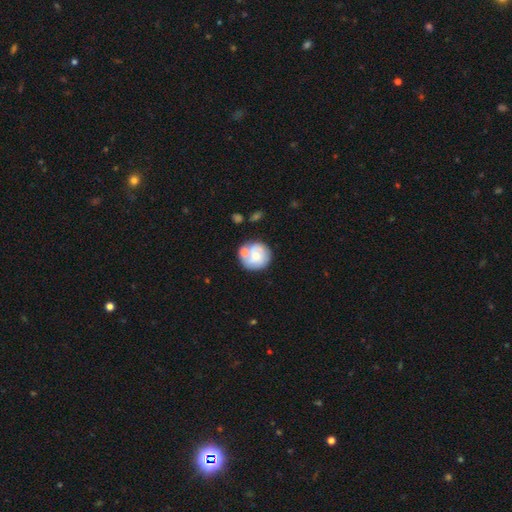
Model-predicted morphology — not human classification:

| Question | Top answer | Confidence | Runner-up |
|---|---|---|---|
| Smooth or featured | smooth | 53% | featured or disk (41%) |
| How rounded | round | 89% | in between (10%) |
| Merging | none | 58% | merger (21%) |